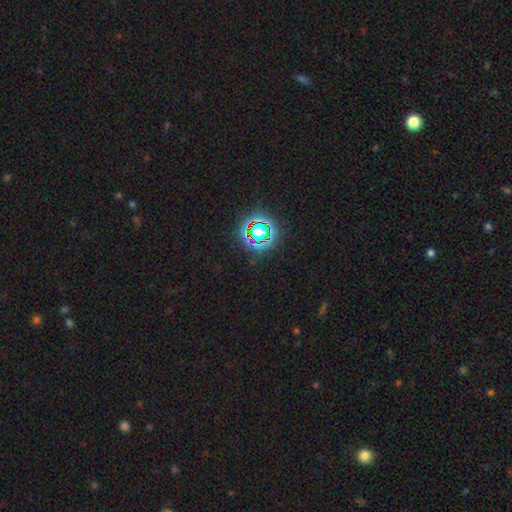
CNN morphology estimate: This appears to be a star or artifact, not a galaxy (77%).